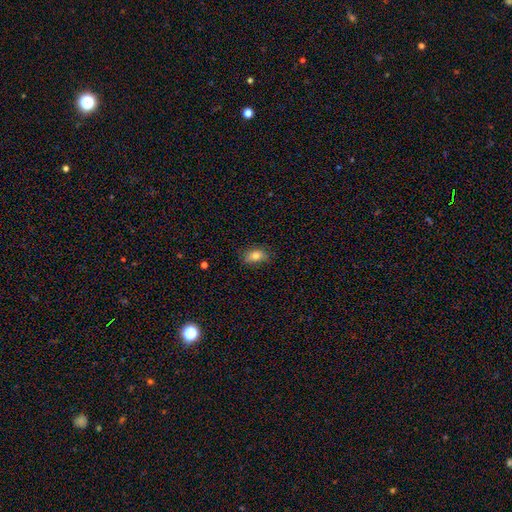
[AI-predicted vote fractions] This appears to be a smooth galaxy with no disk features (80%) that is in between round and cigar-shaped (85%). Merging: none (80%).